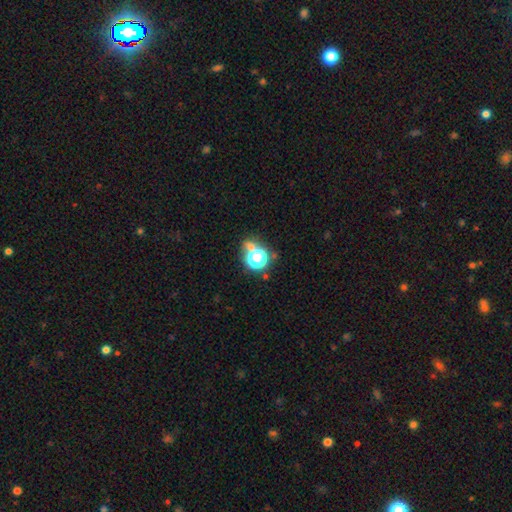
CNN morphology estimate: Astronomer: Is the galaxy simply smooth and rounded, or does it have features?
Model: smooth — 52% (runner-up: star or artifact, 37%).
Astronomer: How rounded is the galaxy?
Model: round — 80%.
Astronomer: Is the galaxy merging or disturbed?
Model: none — 59%.